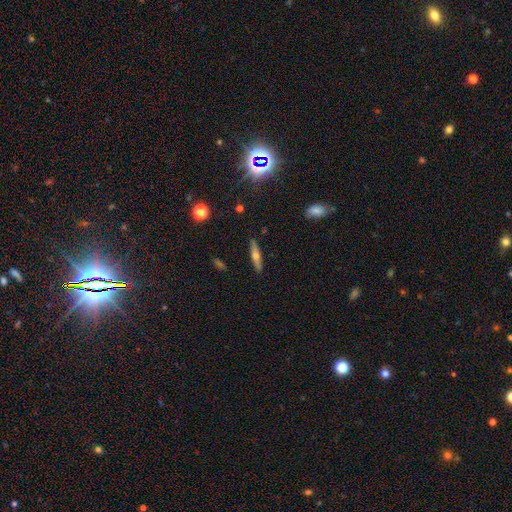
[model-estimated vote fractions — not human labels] Smooth or featured?
  - featured or disk: 50% *
  - smooth: 42%
  - star or artifact: 8%
Edge-on disk?
  - yes: 92% *
  - no: 8%
Merging?
  - none: 89% *
  - minor disturbance: 8%
  - major disturbance: 2%
  - merger: 1%